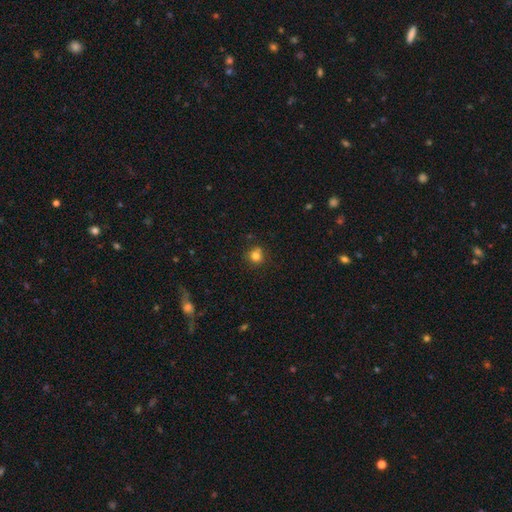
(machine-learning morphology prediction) Smooth or featured? smooth (80%)
How rounded? round (88%)
Merging? none (75%)